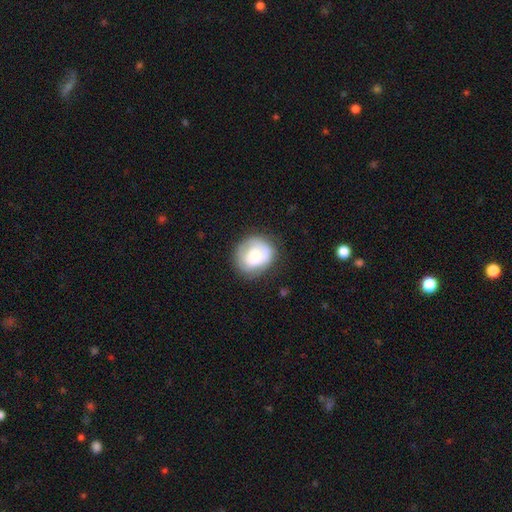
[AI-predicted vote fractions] Smooth or featured: smooth — 59% (featured or disk — 34%)
How rounded: round — 75% (in between — 24%)
Merging: none — 66% (minor disturbance — 23%)